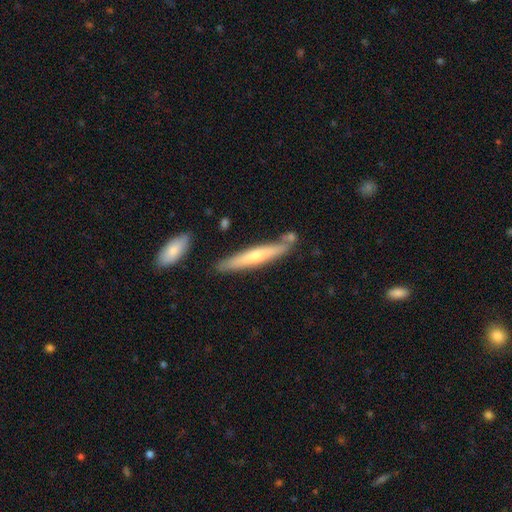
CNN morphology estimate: The model was most divided on "smooth or featured": smooth: 50%, featured or disk: 45%, star or artifact: 5%. More confident: merging — none (78%).